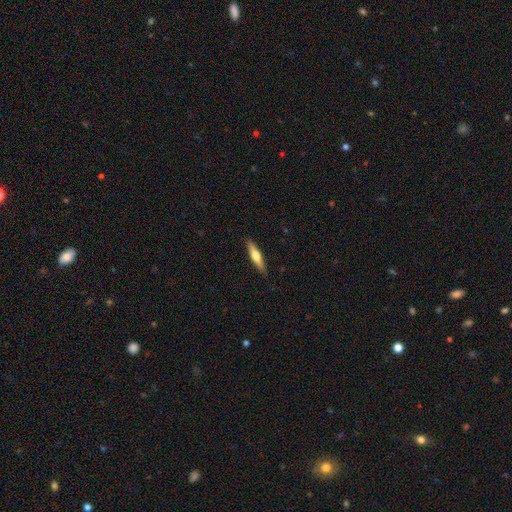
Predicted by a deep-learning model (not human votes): Smooth or featured? smooth (47%, tied with featured or disk)
Merging? none (87%)